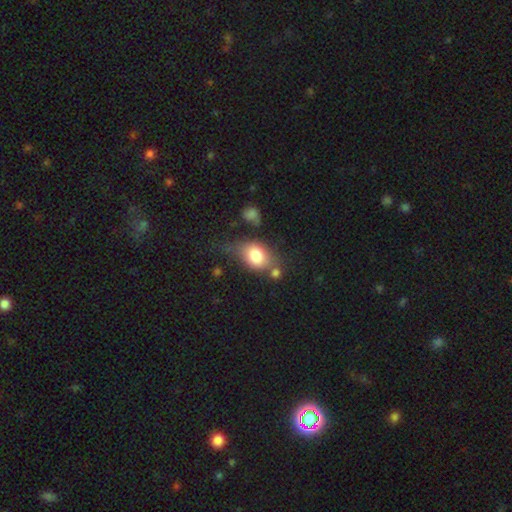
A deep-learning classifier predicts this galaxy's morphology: Overall: smooth (76%). How rounded: in between (74%). Merging: none (43%; minor disturbance 26%).